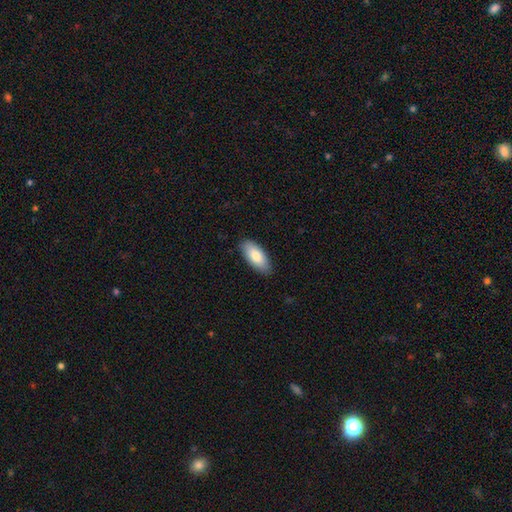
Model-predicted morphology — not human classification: Smooth or featured? smooth (82%)
How rounded? in between (88%)
Merging? none (86%)